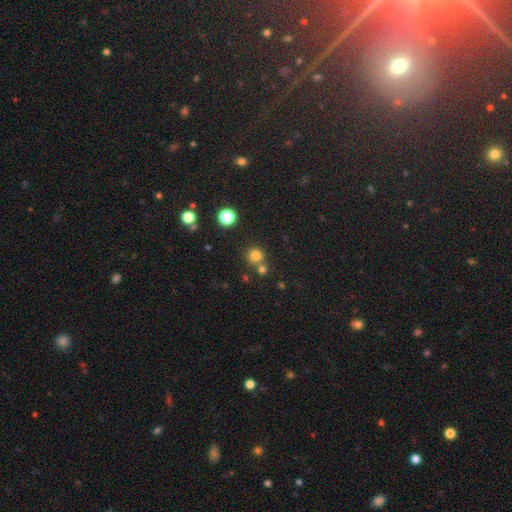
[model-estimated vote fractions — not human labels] Smooth or featured? smooth (78%)
How rounded? round (93%)
Merging? none (69%)